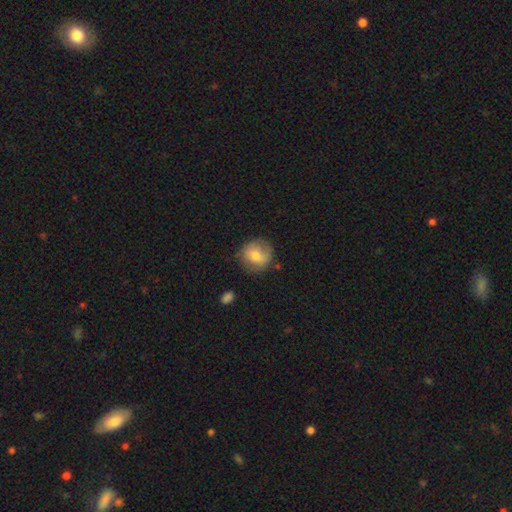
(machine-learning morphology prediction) type=smooth (64%); roundness=round (87%); merging=none (71%).